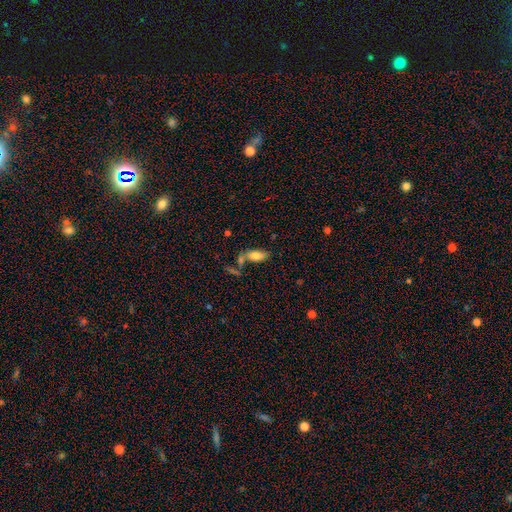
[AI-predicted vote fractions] smooth_or_featured: smooth (p=0.76) [alt: featured or disk p=0.15]
how_rounded: in between (p=0.83) [alt: cigar-shaped p=0.14]
merging: none (p=0.55) [alt: merger p=0.24]